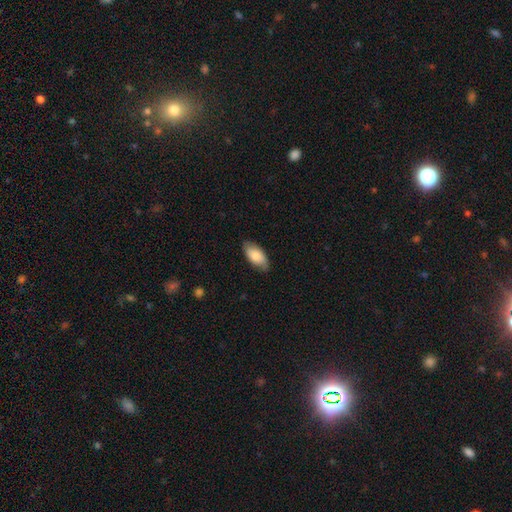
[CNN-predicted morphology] Smooth or featured? smooth (75%)
How rounded? in between (93%)
Merging? none (80%)